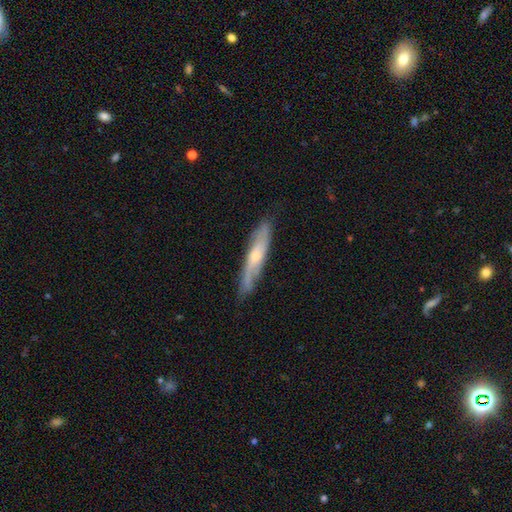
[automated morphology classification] featured or disk 59%, smooth 35%, star or artifact 6%. Down the decision tree: edge-on disk — yes (60%); merging — none (78%).